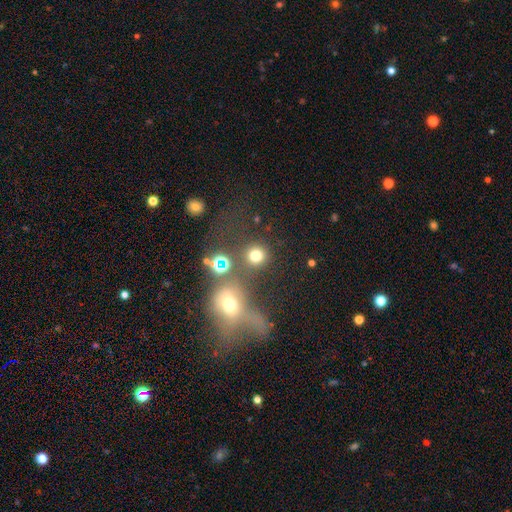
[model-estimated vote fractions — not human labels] Smooth or featured: smooth — 73% (star or artifact — 19%)
How rounded: round — 88% (in between — 11%)
Merging: none — 70% (merger — 13%)